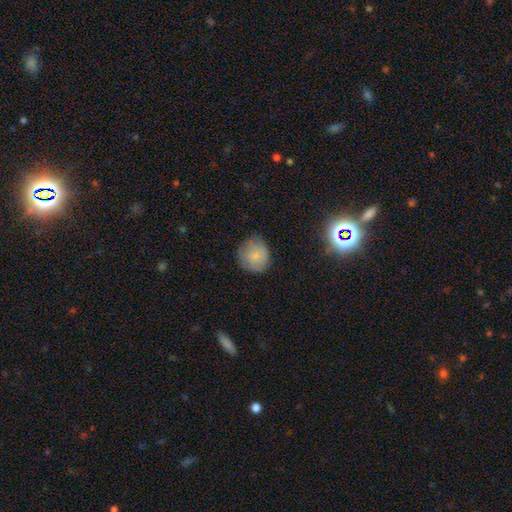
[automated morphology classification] Q: Smooth or featured?
A: smooth (77%); runner-up: featured or disk (14%)
Q: How rounded?
A: round (87%); runner-up: in between (12%)
Q: Merging?
A: none (75%); runner-up: minor disturbance (19%)